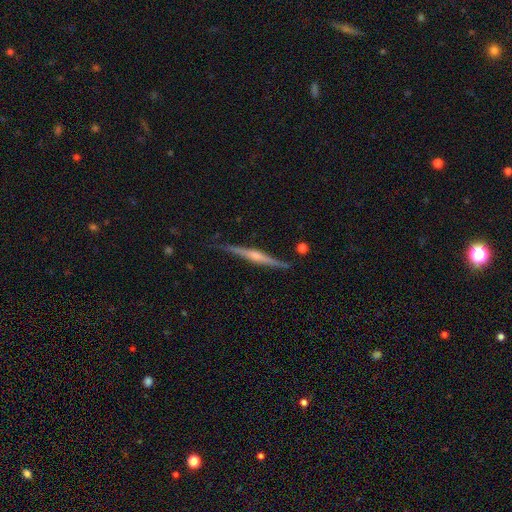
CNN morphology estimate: The model was most divided on "edge-on bulge": rounded: 75%, none: 13%, boxy: 12%. More confident: edge-on disk — yes (98%); merging — none (84%); smooth or featured — featured or disk (79%).